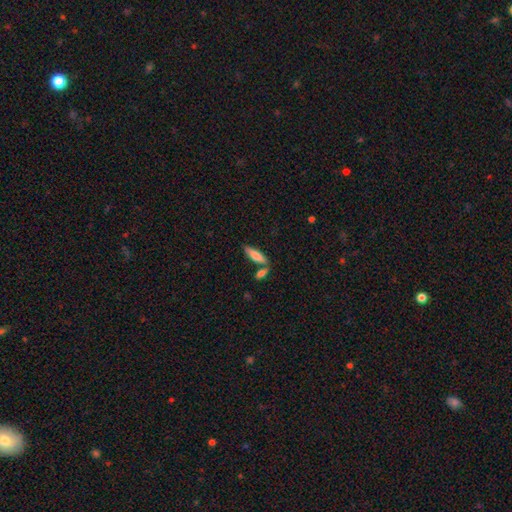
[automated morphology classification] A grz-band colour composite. It shows a smooth galaxy with no disk features (75%) that is cigar-shaped (56%). Merging: none (67%).